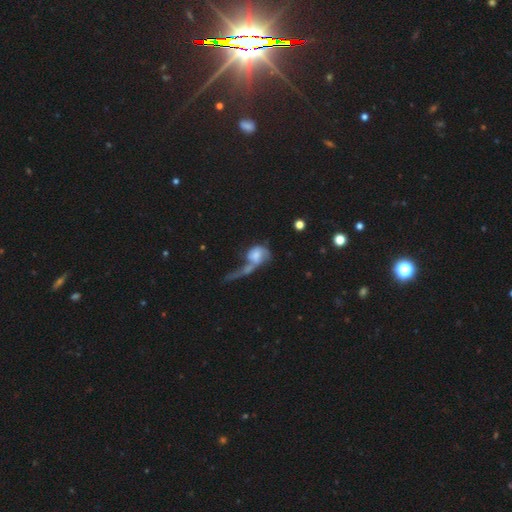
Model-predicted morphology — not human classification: smooth_or_featured: smooth (p=0.48) [alt: featured or disk p=0.43]
merging: merger (p=0.42) [alt: major disturbance p=0.37]